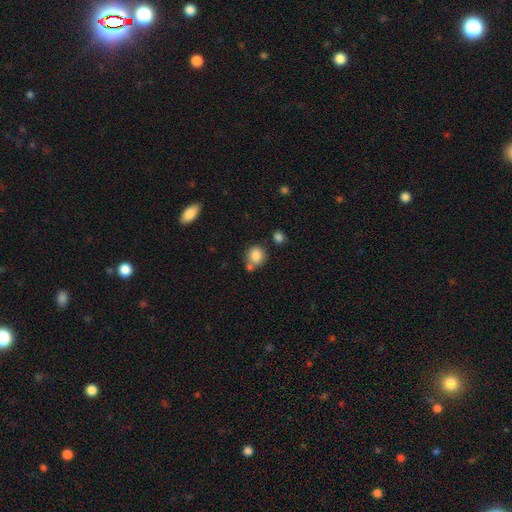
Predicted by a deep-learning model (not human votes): A smooth galaxy with no disk features (84%) that is round (83%). Merging: none (60%).